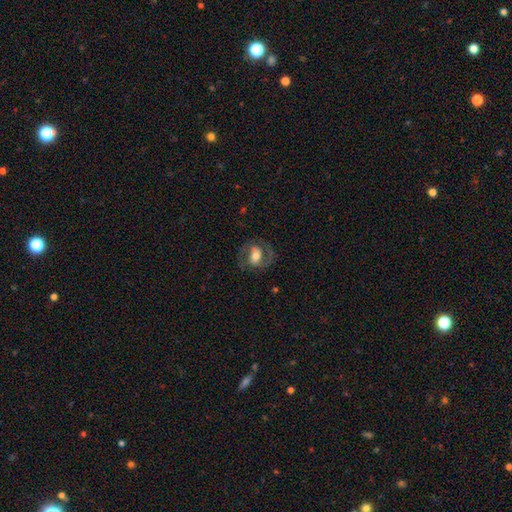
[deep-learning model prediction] Overall: featured or disk (62%; smooth 30%). Edge-on disk: no (96%). Bar: no (37%, tied with weak). Spiral arms: yes (73%). Bulge size: moderate (54%; large 28%). Merging: none (73%).